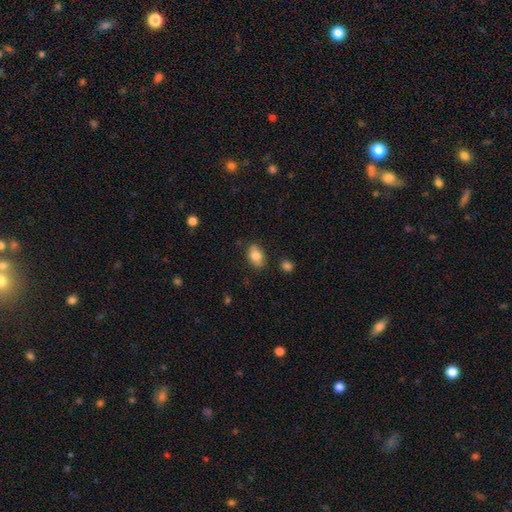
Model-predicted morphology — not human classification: smooth_or_featured: smooth (p=0.82) [alt: featured or disk p=0.10]
how_rounded: in between (p=0.85) [alt: round p=0.13]
merging: none (p=0.82) [alt: minor disturbance p=0.13]